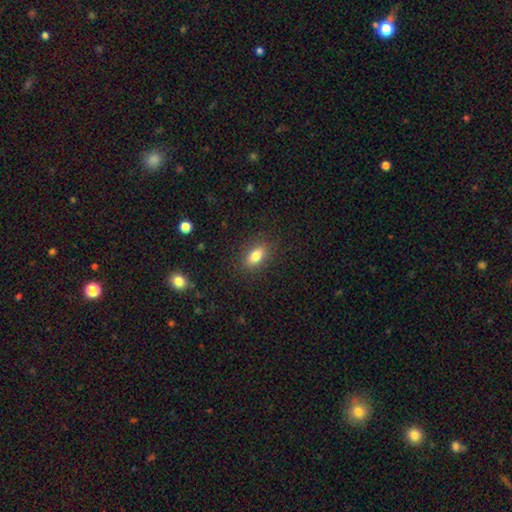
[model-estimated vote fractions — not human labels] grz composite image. It shows a smooth galaxy with no disk features (82%) that is in between round and cigar-shaped (86%). Merging: none (87%).